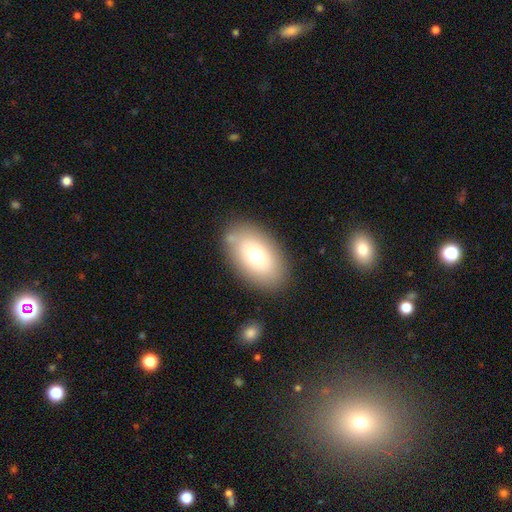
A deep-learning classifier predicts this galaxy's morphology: Smooth or featured? Predicted: smooth (p=0.73). How rounded? Predicted: in between (p=0.92). Merging? Predicted: none (p=0.80).